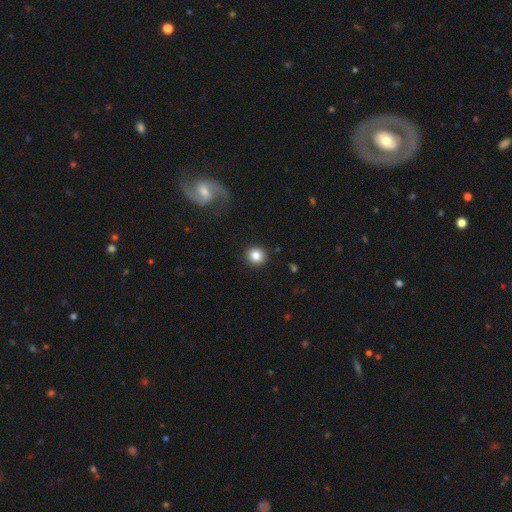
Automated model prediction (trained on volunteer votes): Morphology: type=smooth (84%); roundness=round (93%); merging=none (92%).